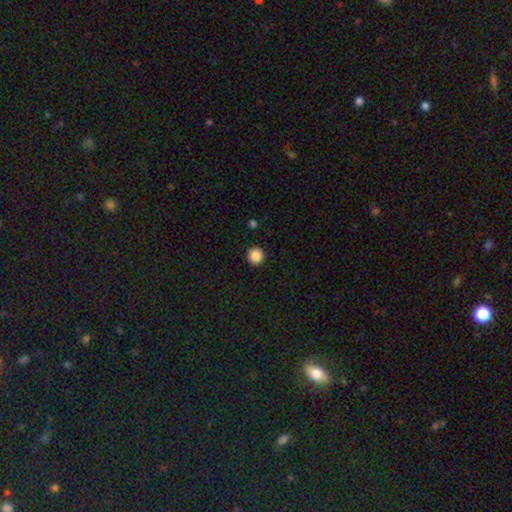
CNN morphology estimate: Smooth or featured?
  - smooth: 88% *
  - star or artifact: 10%
  - featured or disk: 3%
How rounded?
  - round: 96% *
  - in between: 4%
  - cigar-shaped: 1%
Merging?
  - none: 93% *
  - minor disturbance: 5%
  - major disturbance: 2%
  - merger: 1%